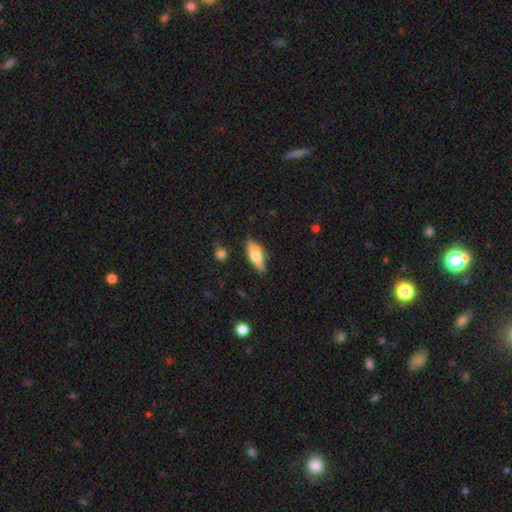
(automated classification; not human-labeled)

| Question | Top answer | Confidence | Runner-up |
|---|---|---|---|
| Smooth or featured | smooth | 55% | featured or disk (38%) |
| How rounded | in between | 58% | cigar-shaped (39%) |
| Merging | none | 76% | minor disturbance (17%) |